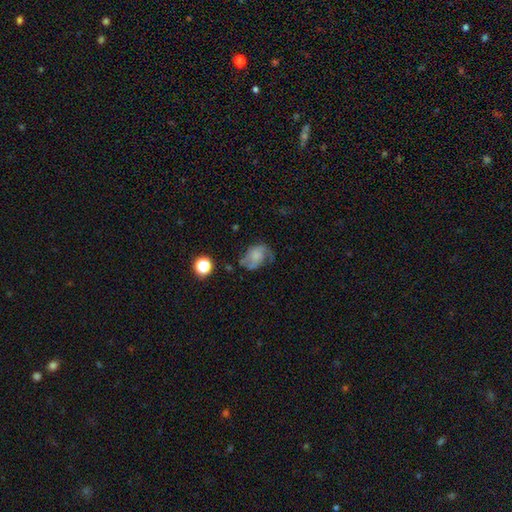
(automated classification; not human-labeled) This appears to be a featured or disk galaxy (47%). Merging: none (39%).